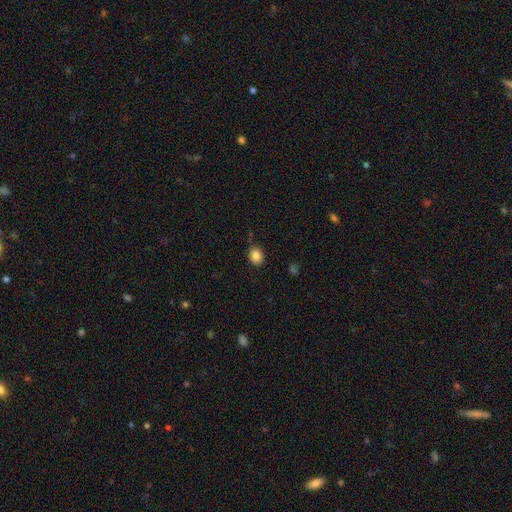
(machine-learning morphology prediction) smooth 86%, star or artifact 10%, featured or disk 5%. Down the decision tree: how rounded — round (54%); merging — none (80%).